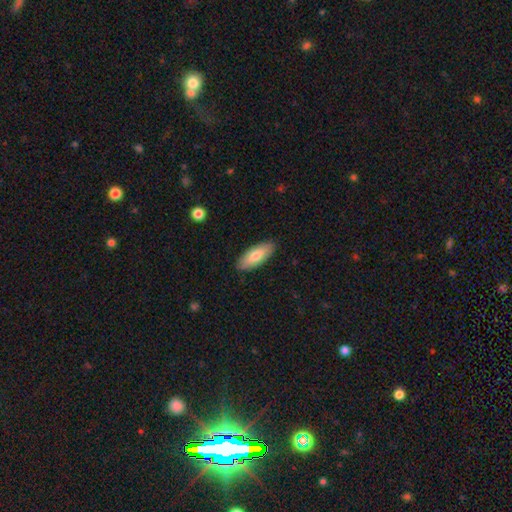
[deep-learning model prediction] Smooth or featured?
  - smooth: 76% *
  - featured or disk: 19%
  - star or artifact: 5%
How rounded?
  - in between: 78% *
  - cigar-shaped: 20%
  - round: 2%
Merging?
  - none: 88% *
  - minor disturbance: 9%
  - major disturbance: 2%
  - merger: 1%